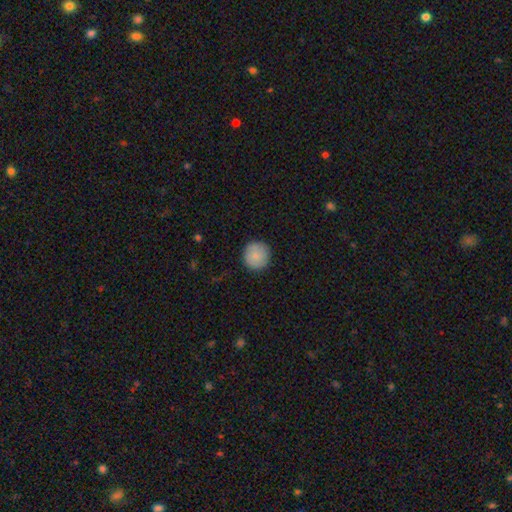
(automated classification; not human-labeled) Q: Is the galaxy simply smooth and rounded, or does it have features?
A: smooth — 86%.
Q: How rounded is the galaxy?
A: round — 94%.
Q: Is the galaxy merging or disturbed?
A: none — 90%.